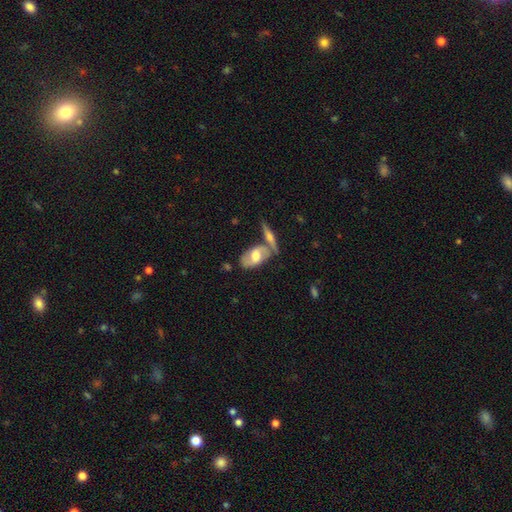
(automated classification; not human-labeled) Morphology: type=featured or disk (54%); edge-on=no (78%); merging=none (51%).